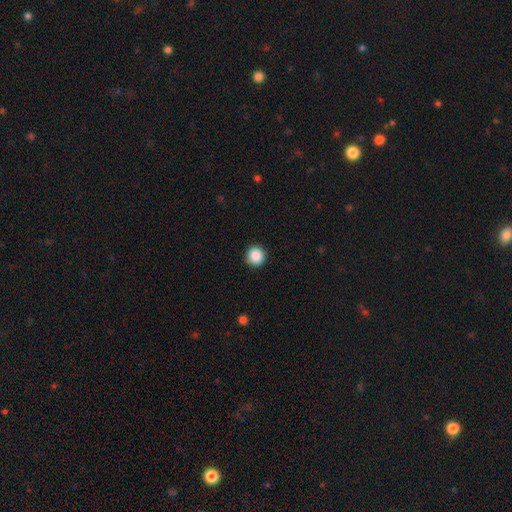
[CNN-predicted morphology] This is clearly a smooth galaxy (89%). How rounded: clearly round (95%). Merging: clearly none (91%).